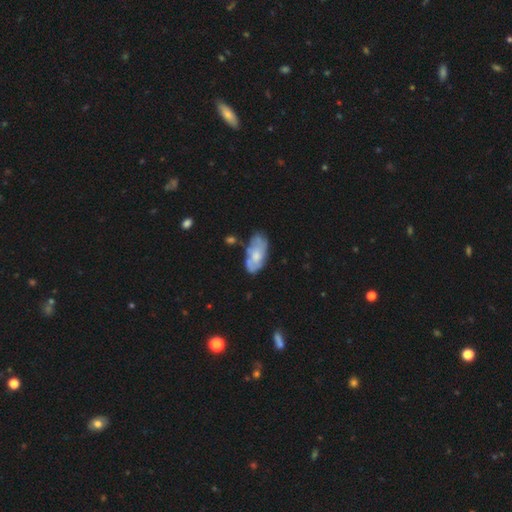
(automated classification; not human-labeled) Smooth or featured: featured or disk — 48% (smooth — 46%)
Merging: none — 60% (minor disturbance — 26%)